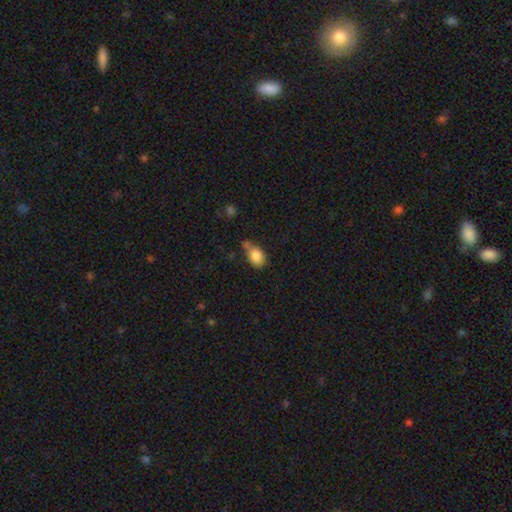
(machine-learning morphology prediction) Smooth or featured? Predicted: smooth (p=0.84). How rounded? Predicted: in between (p=0.75). Merging? Predicted: none (p=0.47).